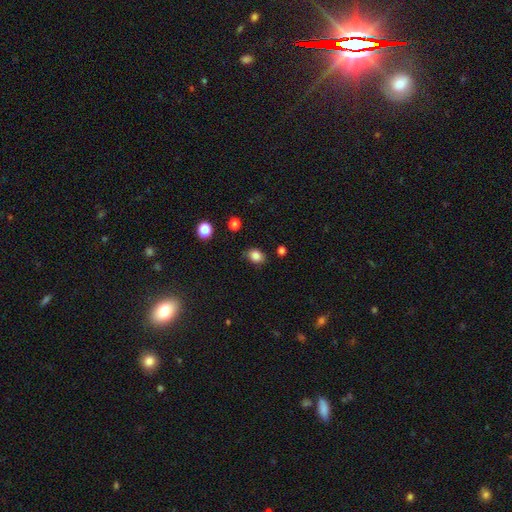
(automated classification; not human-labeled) Q: Smooth or featured?
A: smooth (84%); runner-up: star or artifact (10%)
Q: How rounded?
A: in between (55%); runner-up: round (44%)
Q: Merging?
A: none (74%); runner-up: minor disturbance (20%)